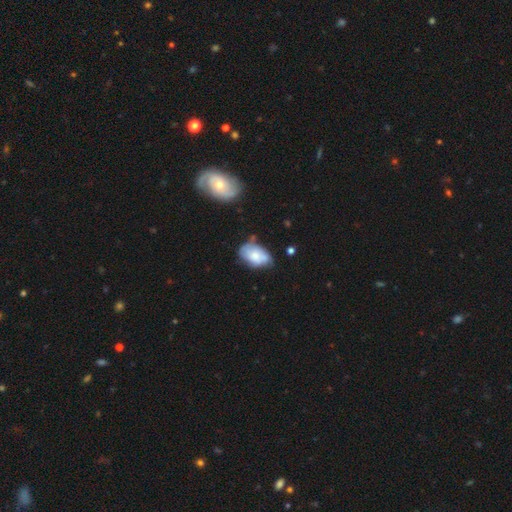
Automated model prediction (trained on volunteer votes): Smooth or featured?
  - smooth: 55% *
  - featured or disk: 38%
  - star or artifact: 8%
How rounded?
  - in between: 90% *
  - round: 9%
  - cigar-shaped: 2%
Merging?
  - none: 44% *
  - minor disturbance: 36%
  - major disturbance: 13%
  - merger: 7%